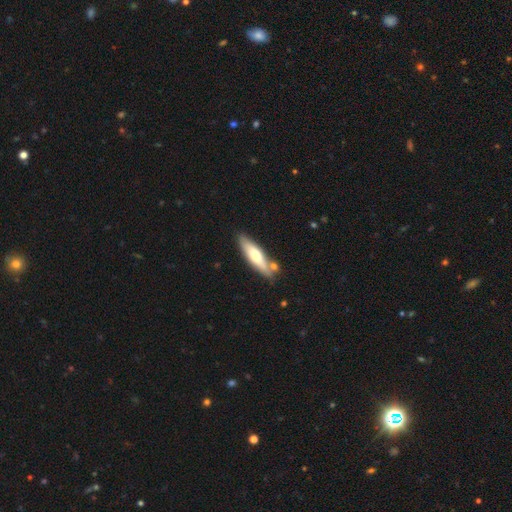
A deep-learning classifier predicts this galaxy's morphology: This appears to be a smooth galaxy with no disk features (57%) that is cigar-shaped (68%). Merging: none (72%).